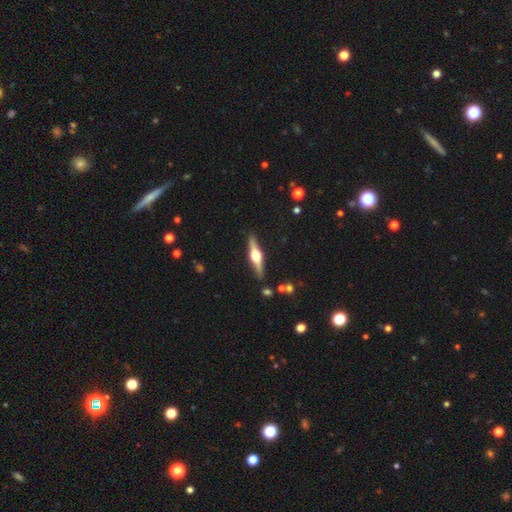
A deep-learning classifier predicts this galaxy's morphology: featured or disk 77%, smooth 18%, star or artifact 5%. Down the decision tree: edge-on disk — yes (97%); edge-on bulge — rounded (96%); merging — none (89%).